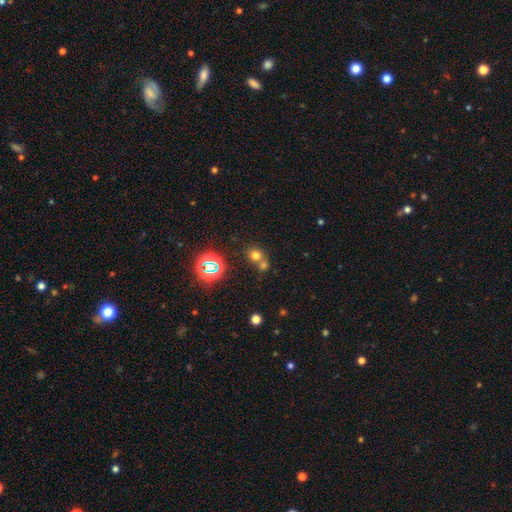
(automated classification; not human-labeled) This is likely a smooth galaxy (66%). How rounded: likely round (78%). Merging: possibly none (46%).